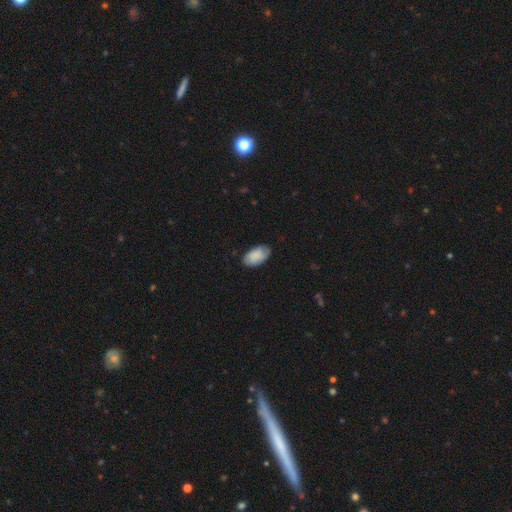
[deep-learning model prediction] This is likely a smooth galaxy (79%). How rounded: clearly in between (95%). Merging: likely none (76%).